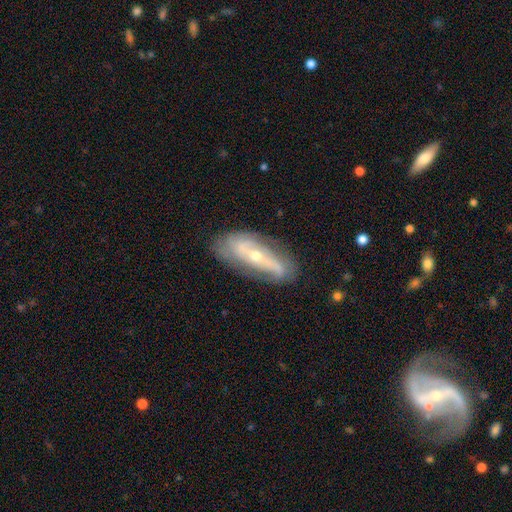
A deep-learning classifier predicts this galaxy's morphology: type=featured or disk (75%); edge-on=no (83%); bar=no (44%); spiral arms=yes (79%); bulge=small (53%); merging=none (70%).